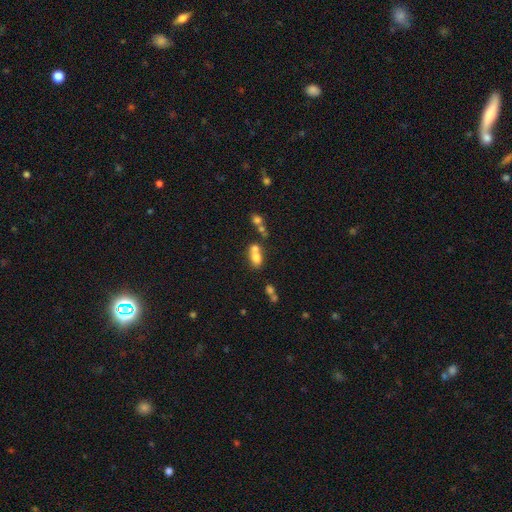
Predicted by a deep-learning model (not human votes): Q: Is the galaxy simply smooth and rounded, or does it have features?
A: smooth — 70%.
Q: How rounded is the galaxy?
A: in between — 66%.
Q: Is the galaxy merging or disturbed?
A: merger — 57%.